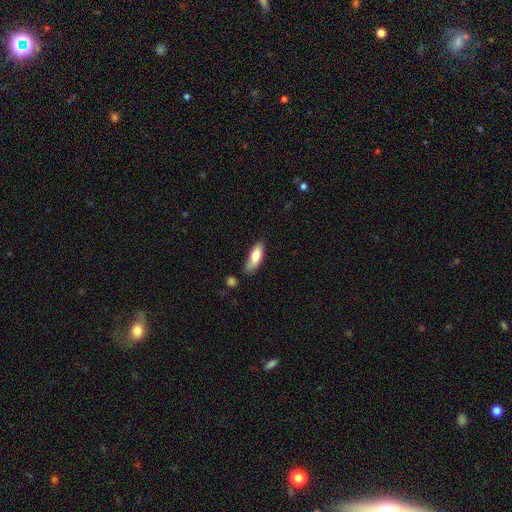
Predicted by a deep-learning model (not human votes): A smooth galaxy with no disk features (80%) that is in between round and cigar-shaped (66%).

Vote fractions:
- Smooth or featured? smooth: 80% / featured or disk: 14% / star or artifact: 6%
- How rounded? in between: 66% / cigar-shaped: 32% / round: 2%
- Merging? none: 67% / minor disturbance: 23% / merger: 5% / major disturbance: 5%